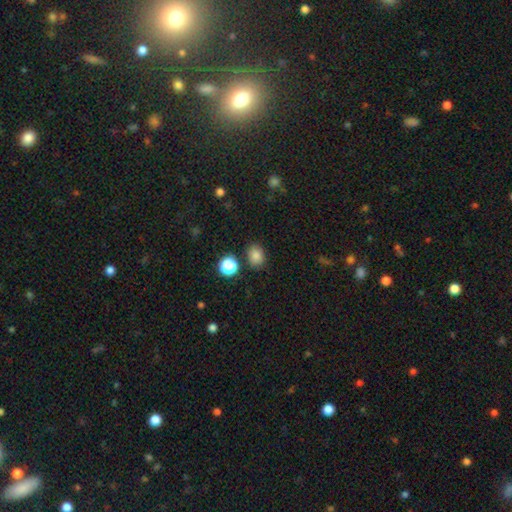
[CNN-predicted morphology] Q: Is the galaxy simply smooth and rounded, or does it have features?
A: smooth — 81%.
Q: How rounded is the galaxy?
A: in between — 54%.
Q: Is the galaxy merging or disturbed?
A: none — 83%.